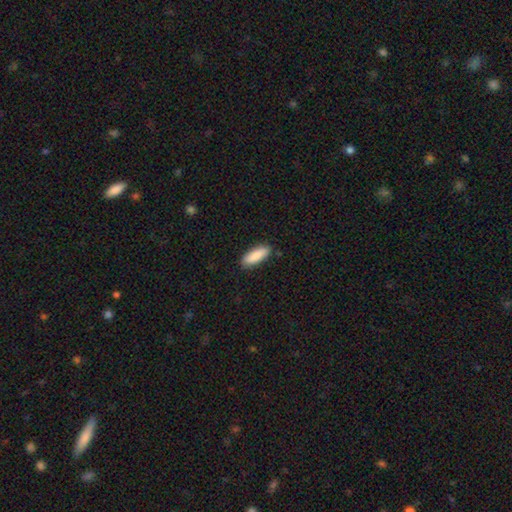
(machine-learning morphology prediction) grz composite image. It shows a smooth galaxy with no disk features (87%) that is in between round and cigar-shaped (60%). Merging: none (87%).